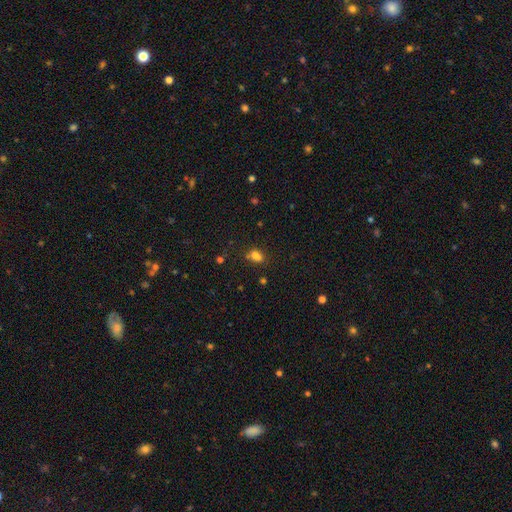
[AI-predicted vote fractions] Smooth or featured? smooth (73%)
How rounded? in between (65%)
Merging? none (52%)